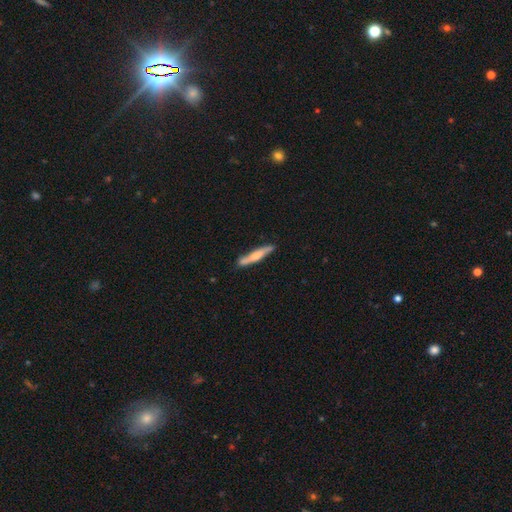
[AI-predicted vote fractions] The model was most divided on "smooth or featured": smooth: 53%, featured or disk: 42%, star or artifact: 5%. More confident: how rounded — cigar-shaped (92%); merging — none (82%).